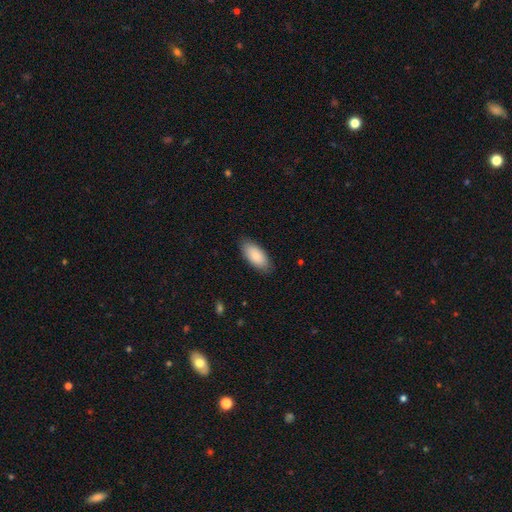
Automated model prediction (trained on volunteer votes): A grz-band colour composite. It shows a smooth galaxy with no disk features (87%) that is in between round and cigar-shaped (91%). Merging: none (84%).